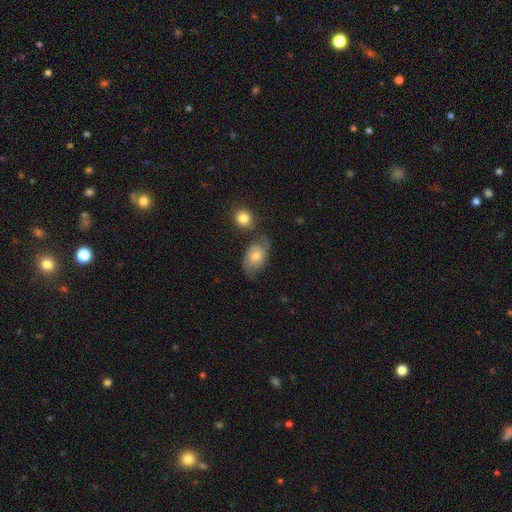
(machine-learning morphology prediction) Smooth or featured?
  - smooth: 62% *
  - featured or disk: 30%
  - star or artifact: 8%
How rounded?
  - in between: 82% *
  - round: 16%
  - cigar-shaped: 2%
Merging?
  - none: 49% *
  - minor disturbance: 25%
  - merger: 14%
  - major disturbance: 12%